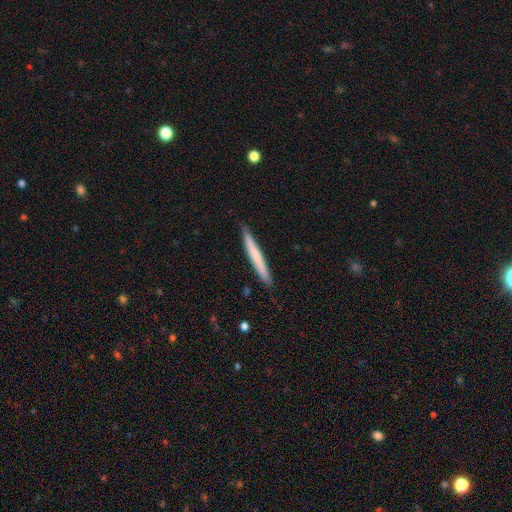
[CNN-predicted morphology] Overall: smooth (64%; featured or disk 31%). How rounded: cigar-shaped (97%). Merging: none (89%).